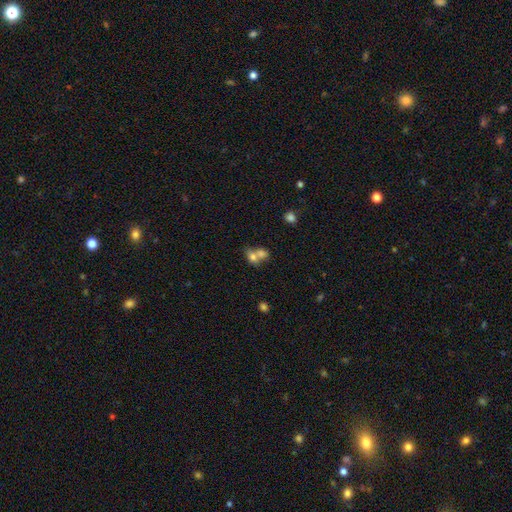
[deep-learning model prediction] Overall: smooth (70%). How rounded: in between (53%; round 45%). Merging: merger (68%).